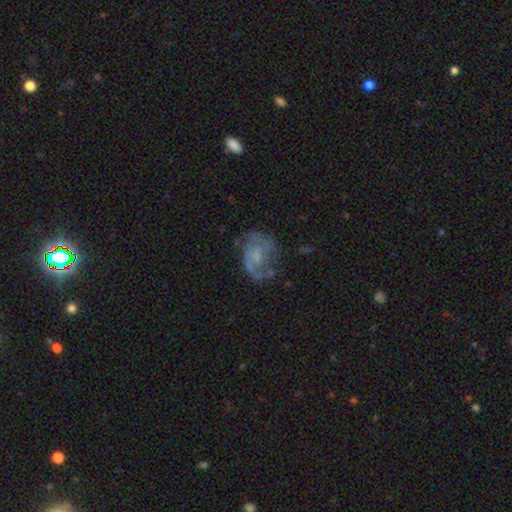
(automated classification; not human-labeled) Morphology: type=featured or disk (72%); edge-on=no (98%); bar=no (54%); spiral arms=yes (85%); winding=medium (47%); arm count=2 (64%); bulge=none (42%); merging=none (55%).